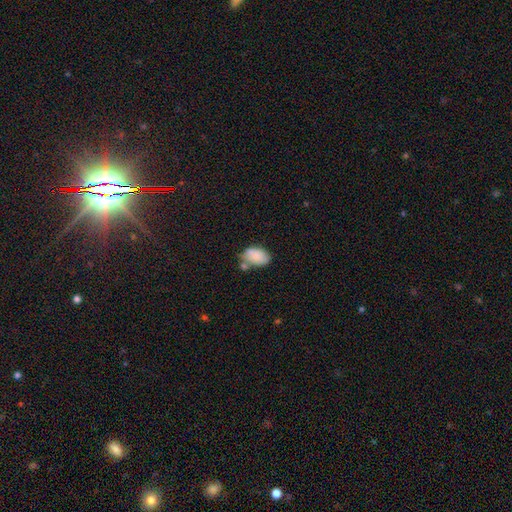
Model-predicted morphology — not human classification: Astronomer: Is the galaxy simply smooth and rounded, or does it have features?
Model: smooth — 82%.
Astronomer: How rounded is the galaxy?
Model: in between — 90%.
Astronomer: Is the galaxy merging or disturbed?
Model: none — 47% (runner-up: minor disturbance, 25%).